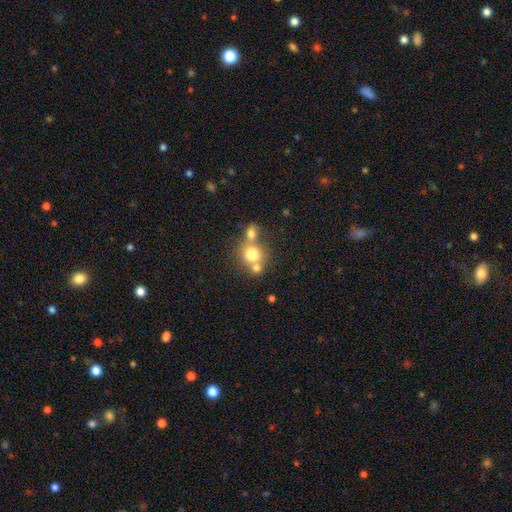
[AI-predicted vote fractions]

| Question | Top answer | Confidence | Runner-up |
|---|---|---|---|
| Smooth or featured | smooth | 66% | star or artifact (18%) |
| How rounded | round | 84% | in between (15%) |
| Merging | none | 48% | merger (41%) |